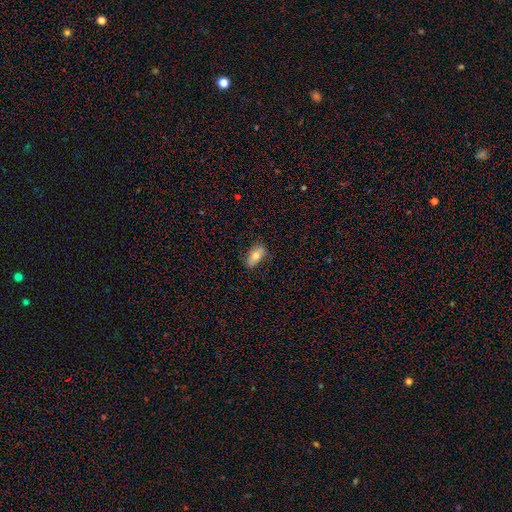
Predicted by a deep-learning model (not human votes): Smooth or featured? smooth (67%)
How rounded? in between (87%)
Merging? none (78%)